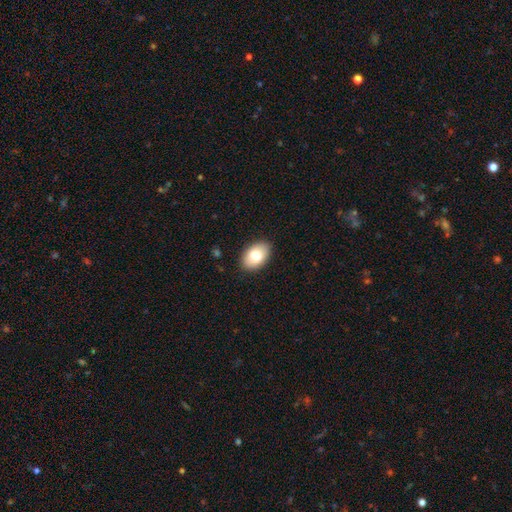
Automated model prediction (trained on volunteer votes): Overall: smooth (79%). How rounded: in between (89%). Merging: none (88%).